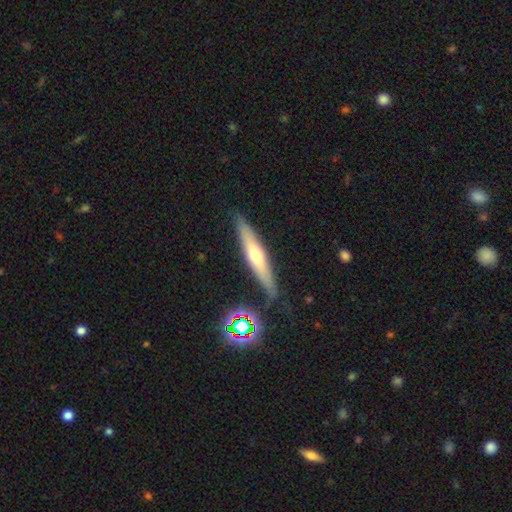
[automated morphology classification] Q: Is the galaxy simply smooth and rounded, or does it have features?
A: featured or disk — 52%.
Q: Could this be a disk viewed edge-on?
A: yes — 89%.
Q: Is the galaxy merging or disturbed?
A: none — 84%.